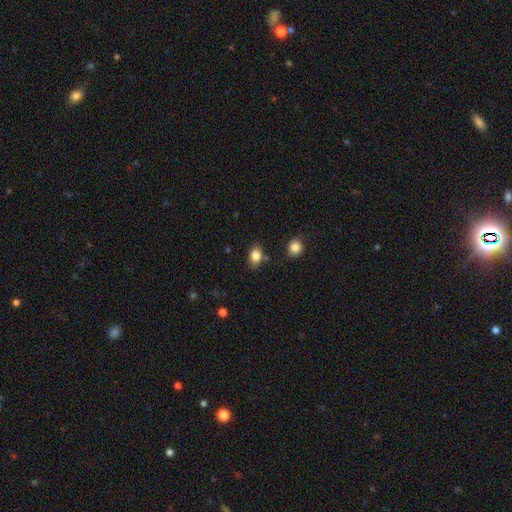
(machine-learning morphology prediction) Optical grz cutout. It shows a smooth galaxy with no disk features (83%) that is in between round and cigar-shaped (77%). Merging: none (76%).